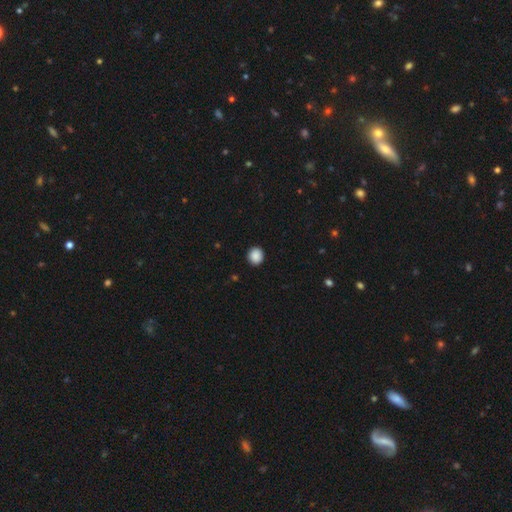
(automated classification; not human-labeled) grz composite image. It shows a smooth galaxy with no disk features (89%) that is round (88%). Merging: none (92%).